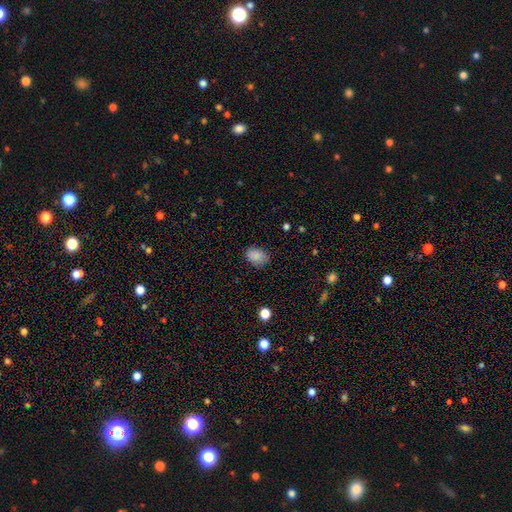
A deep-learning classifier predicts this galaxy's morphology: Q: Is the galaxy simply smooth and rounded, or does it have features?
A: smooth — 87%.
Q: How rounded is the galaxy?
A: in between — 77%.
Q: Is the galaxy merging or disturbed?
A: none — 79%.